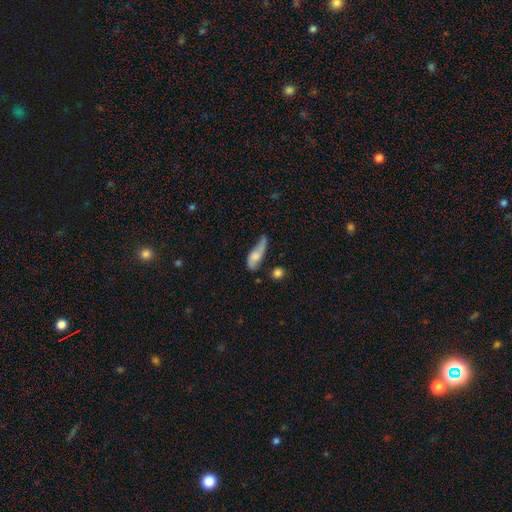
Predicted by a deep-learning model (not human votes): A smooth galaxy with no disk features (58%) that is in between round and cigar-shaped (61%). Merging: minor disturbance (36%).